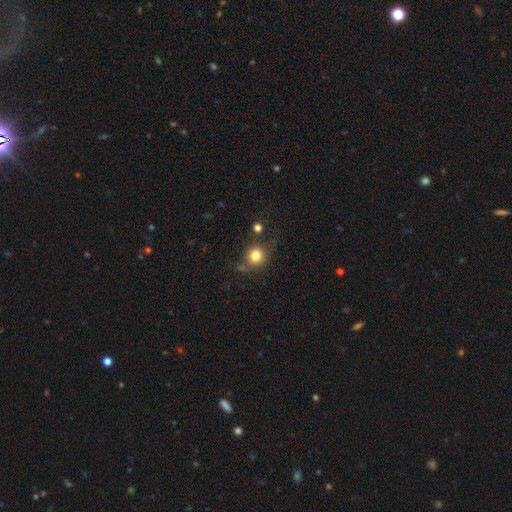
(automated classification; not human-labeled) Overall: smooth (79%). How rounded: round (86%). Merging: none (71%).